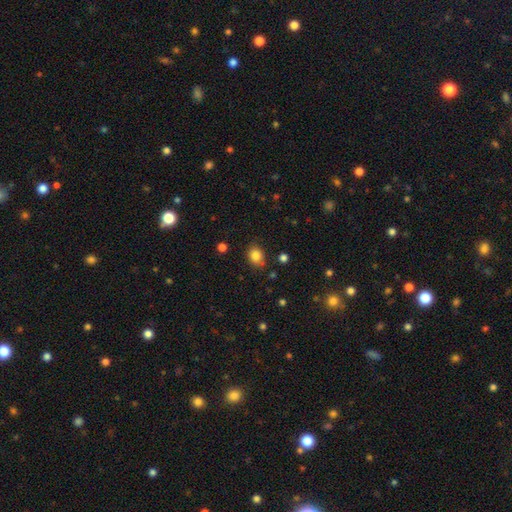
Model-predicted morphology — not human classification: The model was most divided on "how rounded": in between: 50%, round: 49%, cigar-shaped: 1%. More confident: smooth or featured — smooth (84%); merging — none (78%).